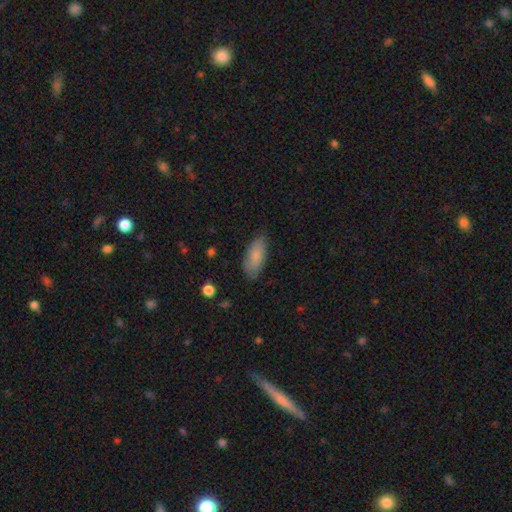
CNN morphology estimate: A smooth galaxy with no disk features (79%) that is in between round and cigar-shaped (84%).

Vote fractions:
- Smooth or featured? smooth: 79% / featured or disk: 15% / star or artifact: 6%
- How rounded? in between: 84% / cigar-shaped: 14% / round: 2%
- Merging? none: 70% / minor disturbance: 24% / major disturbance: 5% / merger: 1%